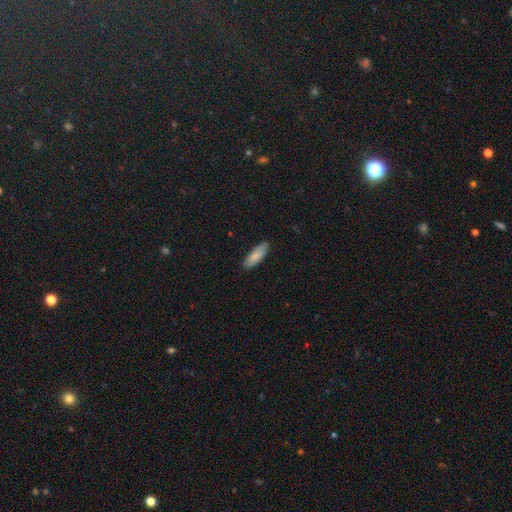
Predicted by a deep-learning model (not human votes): Smooth or featured?
  - smooth: 82% *
  - featured or disk: 13%
  - star or artifact: 5%
How rounded?
  - in between: 61% *
  - cigar-shaped: 37%
  - round: 2%
Merging?
  - none: 85% *
  - minor disturbance: 13%
  - major disturbance: 2%
  - merger: 1%